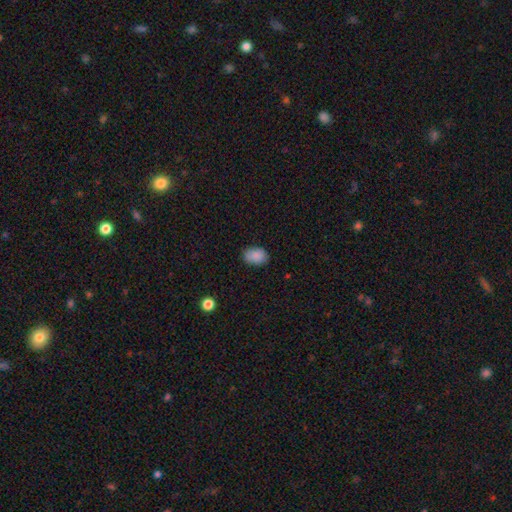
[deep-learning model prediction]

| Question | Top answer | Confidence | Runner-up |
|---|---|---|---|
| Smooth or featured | smooth | 88% | star or artifact (8%) |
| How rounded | in between | 80% | round (19%) |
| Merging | none | 82% | minor disturbance (14%) |